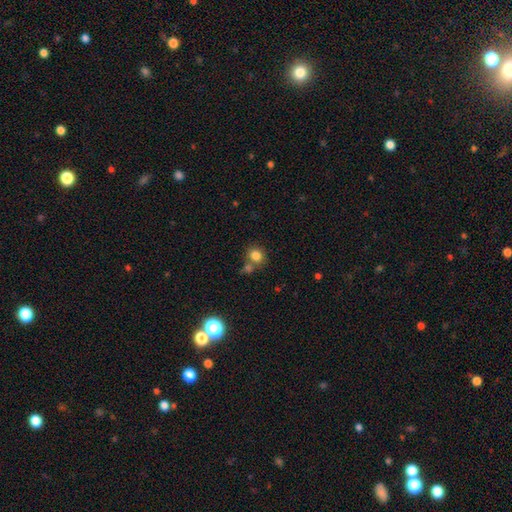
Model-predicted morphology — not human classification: The model was most divided on "merging": none: 61%, merger: 24%, minor disturbance: 11%, major disturbance: 4%. More confident: smooth or featured — smooth (81%); how rounded — round (70%).